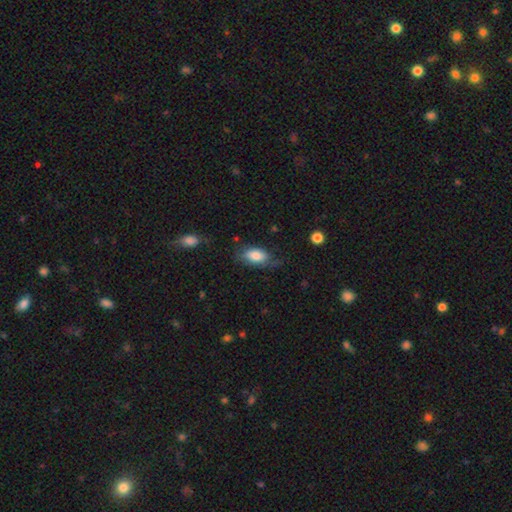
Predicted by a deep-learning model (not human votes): This is likely a smooth galaxy (77%). How rounded: clearly in between (91%). Merging: possibly none (56%).